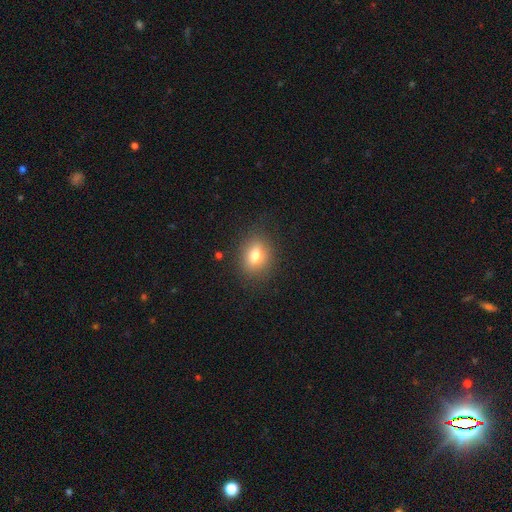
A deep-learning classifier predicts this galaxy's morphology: Smooth or featured? Predicted: smooth (p=0.75). How rounded? Predicted: in between (p=0.59). Merging? Predicted: none (p=0.83).